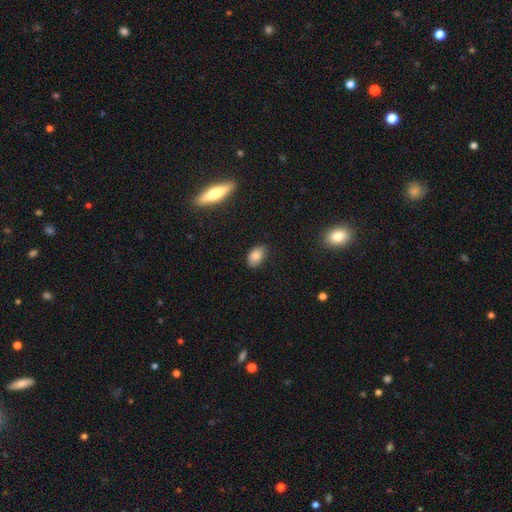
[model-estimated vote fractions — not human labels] This appears to be a smooth galaxy with no disk features (81%) that is in between round and cigar-shaped (89%). Merging: none (79%).